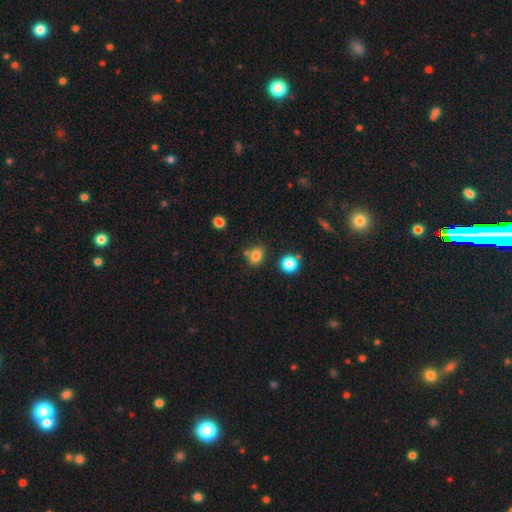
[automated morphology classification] A smooth galaxy with no disk features (80%) that is in between round and cigar-shaped (61%). Merging: none (65%).